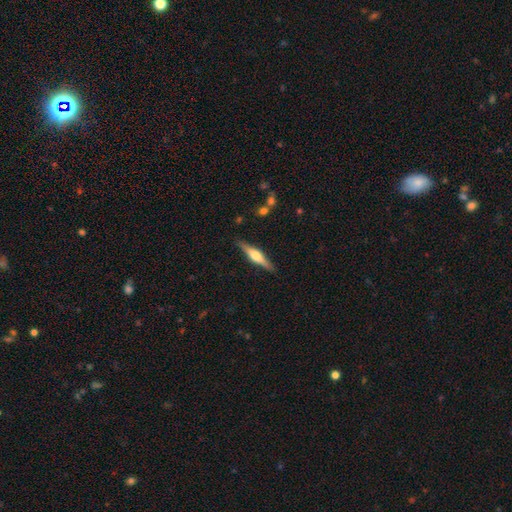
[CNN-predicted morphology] smooth_or_featured: featured or disk (p=0.69) [alt: smooth p=0.25]
disk_edge_on: yes (p=0.98) [alt: no p=0.02]
edge_on_bulge: rounded (p=0.86) [alt: boxy p=0.11]
merging: none (p=0.89) [alt: minor disturbance p=0.08]